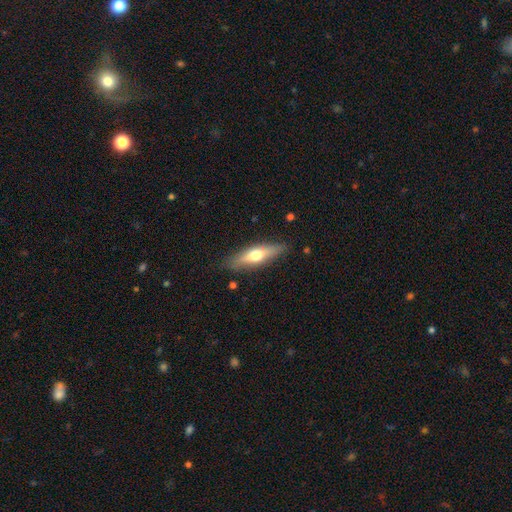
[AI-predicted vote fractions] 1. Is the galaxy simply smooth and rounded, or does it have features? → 50% smooth, 44% featured or disk, 6% star or artifact.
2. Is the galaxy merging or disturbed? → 84% none, 12% minor disturbance, 3% major disturbance, 1% merger.